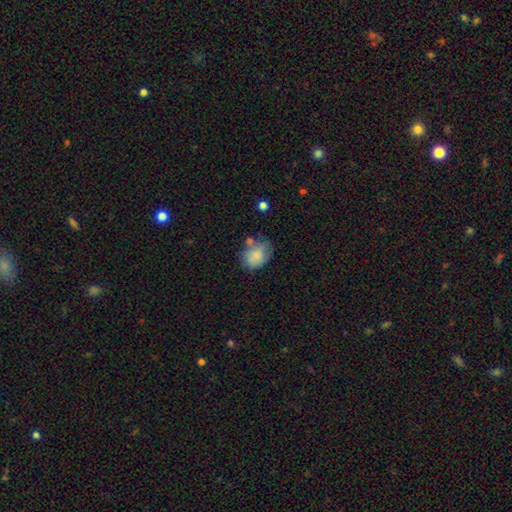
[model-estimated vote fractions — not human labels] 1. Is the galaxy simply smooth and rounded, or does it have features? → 77% smooth, 15% featured or disk, 8% star or artifact.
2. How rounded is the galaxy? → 53% in between, 46% round, 1% cigar-shaped.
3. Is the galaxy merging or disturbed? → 48% none, 28% minor disturbance, 13% merger, 11% major disturbance.